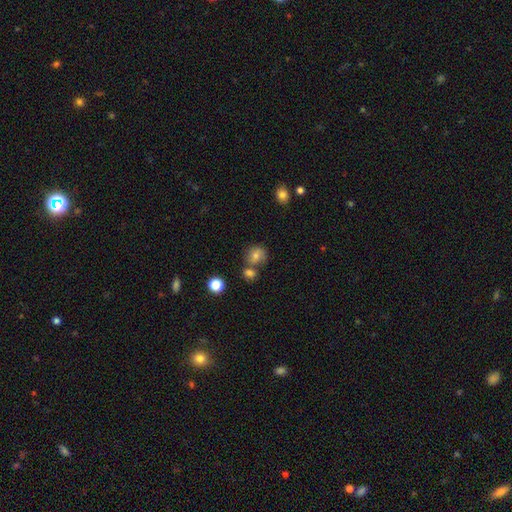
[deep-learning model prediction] Smooth or featured? smooth (68%)
How rounded? round (75%)
Merging? none (57%)